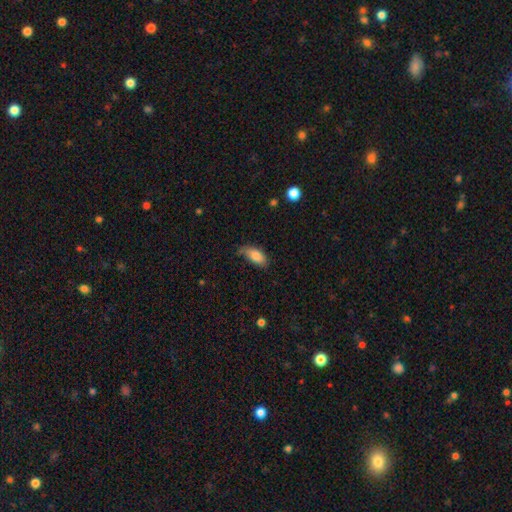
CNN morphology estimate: Smooth or featured? smooth (82%)
How rounded? in between (90%)
Merging? none (59%)